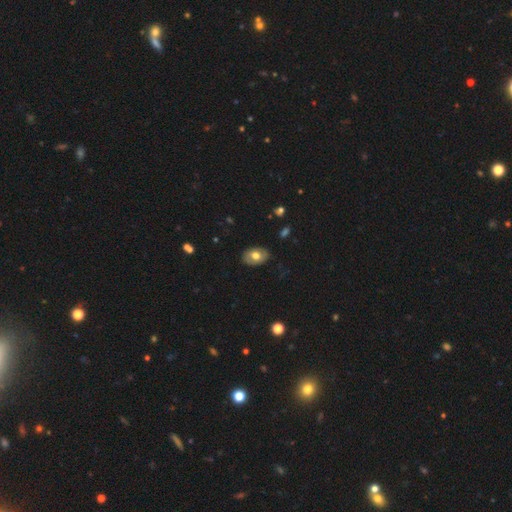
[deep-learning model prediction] Q: Smooth or featured?
A: smooth (63%); runner-up: featured or disk (30%)
Q: How rounded?
A: in between (82%); runner-up: round (17%)
Q: Merging?
A: none (82%); runner-up: minor disturbance (14%)